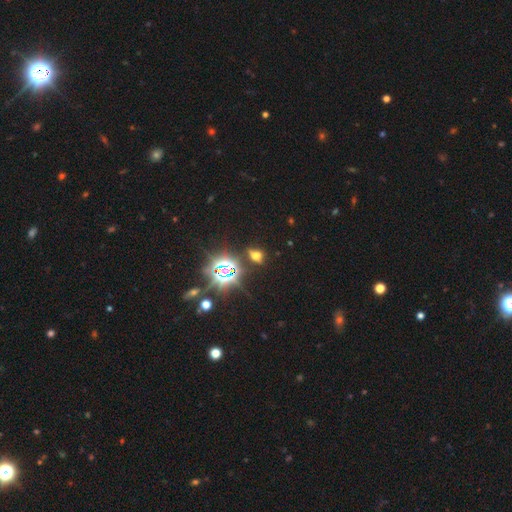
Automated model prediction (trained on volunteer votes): Smooth or featured? star or artifact (49%)